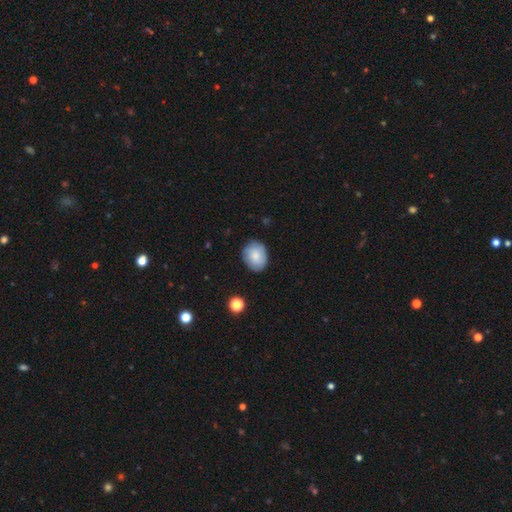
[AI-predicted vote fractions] smooth-or-featured: smooth: 80% | featured or disk: 13% | star or artifact: 7%
  how-rounded: in between: 56% | round: 43% | cigar-shaped: 1%
  merging: none: 81% | minor disturbance: 15% | major disturbance: 3% | merger: 1%